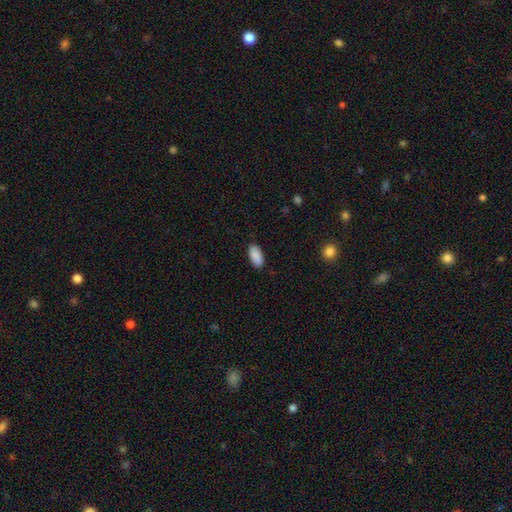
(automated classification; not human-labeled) A smooth galaxy with no disk features (90%) that is in between round and cigar-shaped (93%). Merging: none (88%).